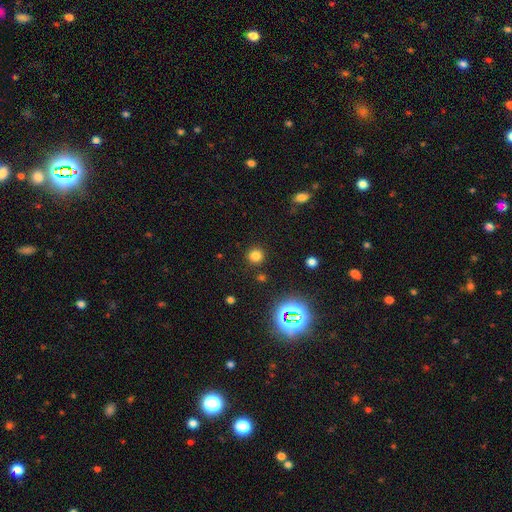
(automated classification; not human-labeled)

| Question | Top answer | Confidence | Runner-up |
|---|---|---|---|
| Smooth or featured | smooth | 75% | star or artifact (19%) |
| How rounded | round | 93% | in between (6%) |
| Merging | none | 89% | minor disturbance (6%) |